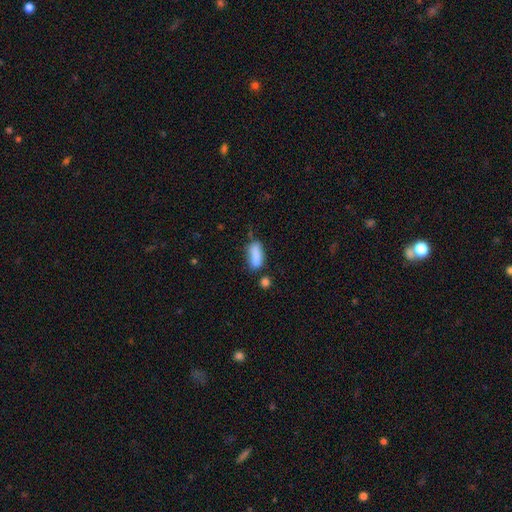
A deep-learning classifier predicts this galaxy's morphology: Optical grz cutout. It shows a smooth galaxy with no disk features (84%) that is in between round and cigar-shaped (72%). Merging: none (54%).